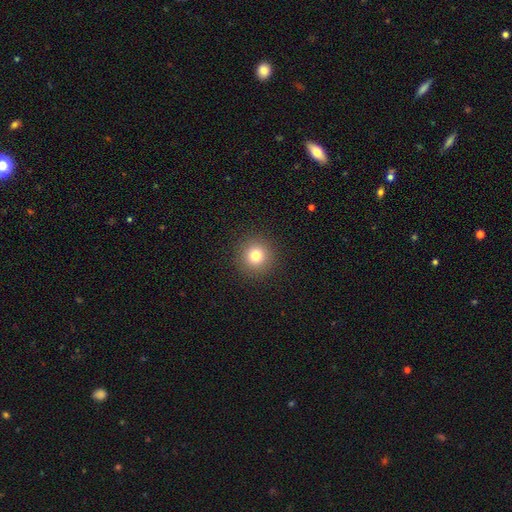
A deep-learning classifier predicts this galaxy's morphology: smooth_or_featured: smooth (p=0.79) [alt: star or artifact p=0.13]
how_rounded: round (p=0.95) [alt: in between p=0.04]
merging: none (p=0.92) [alt: minor disturbance p=0.05]